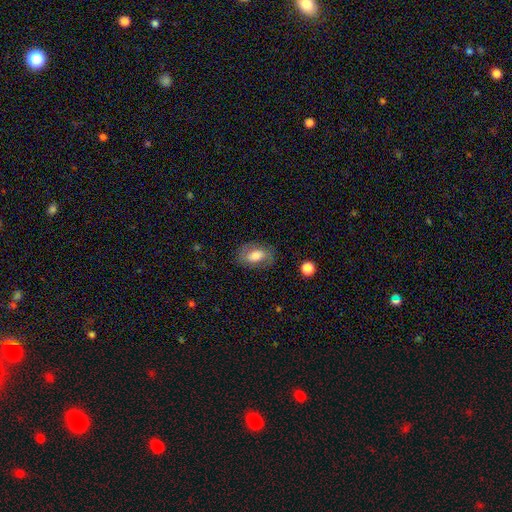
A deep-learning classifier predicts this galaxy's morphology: smooth 60%, featured or disk 33%, star or artifact 8%. Down the decision tree: how rounded — in between (87%); merging — none (76%).